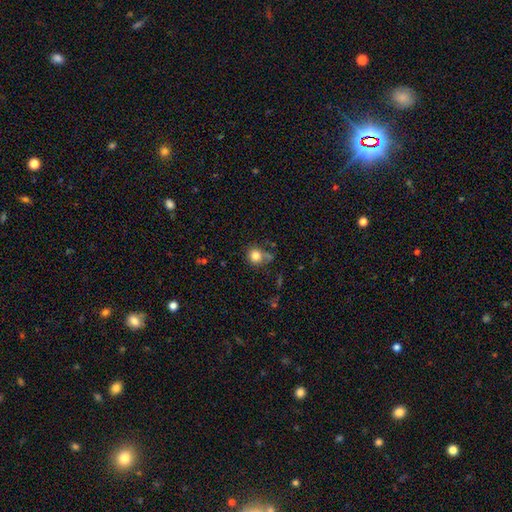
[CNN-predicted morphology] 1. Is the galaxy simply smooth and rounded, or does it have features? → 82% smooth, 11% star or artifact, 7% featured or disk.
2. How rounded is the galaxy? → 84% round, 15% in between, 1% cigar-shaped.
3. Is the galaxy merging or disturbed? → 63% none, 20% minor disturbance, 10% merger, 8% major disturbance.